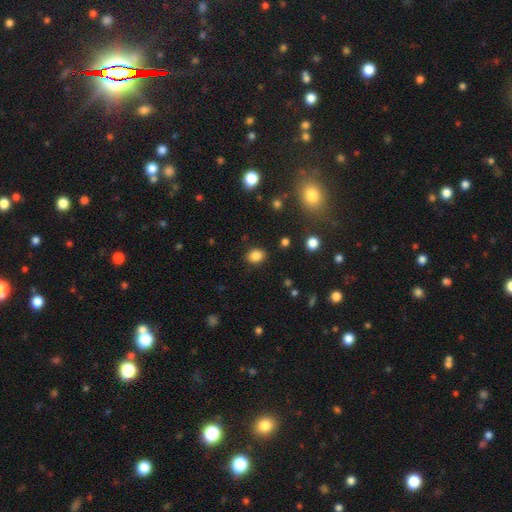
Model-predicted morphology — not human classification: Overall: smooth (85%). How rounded: in between (58%; round 41%). Merging: none (86%).